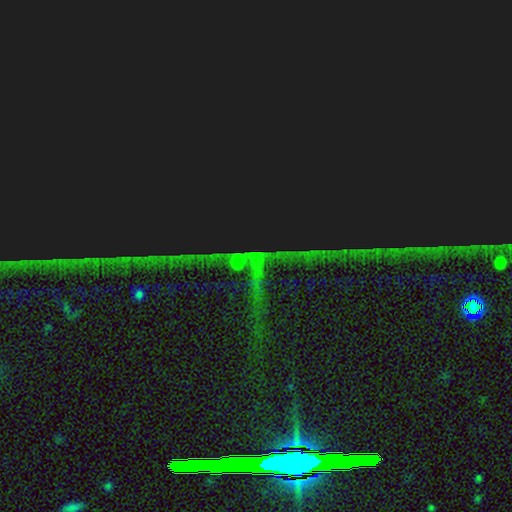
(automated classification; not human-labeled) smooth-or-featured: star or artifact: 70% | smooth: 15% | featured or disk: 15%